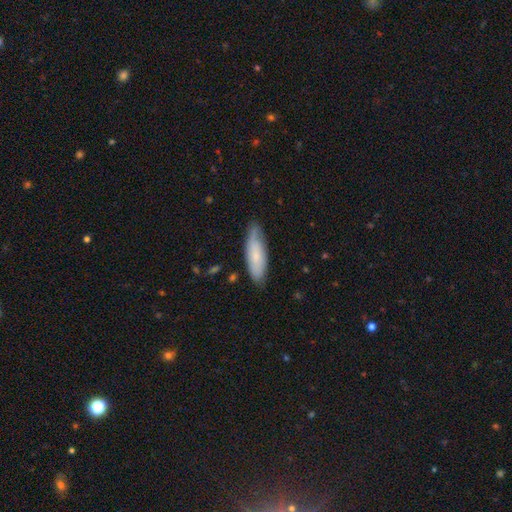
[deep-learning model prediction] Smooth or featured? smooth (67%)
How rounded? in between (56%)
Merging? none (73%)